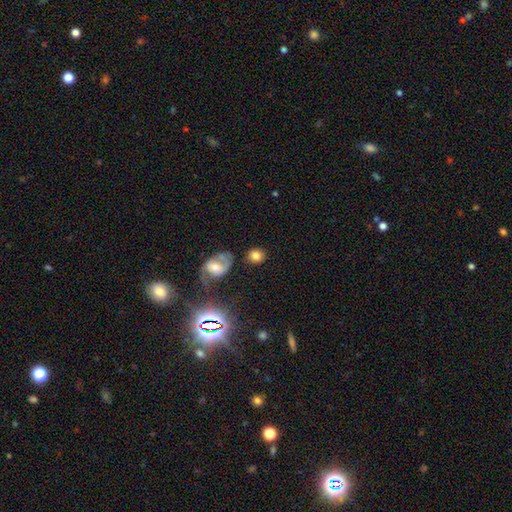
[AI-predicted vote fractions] Morphology: type=smooth (76%); roundness=round (70%); merging=none (74%).